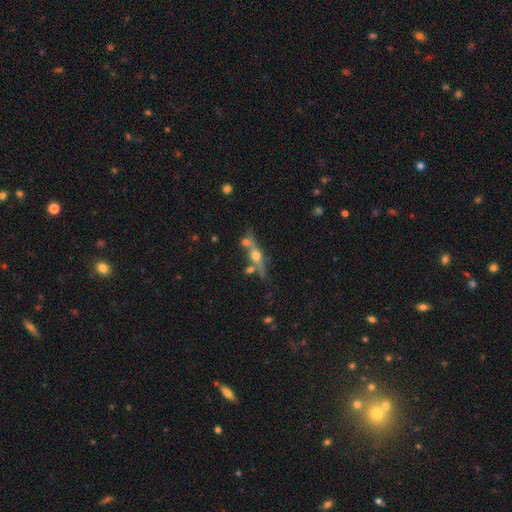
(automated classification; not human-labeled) Morphology: type=featured or disk (65%); edge-on=yes (87%); edge-on bulge=rounded (94%); merging=none (57%).